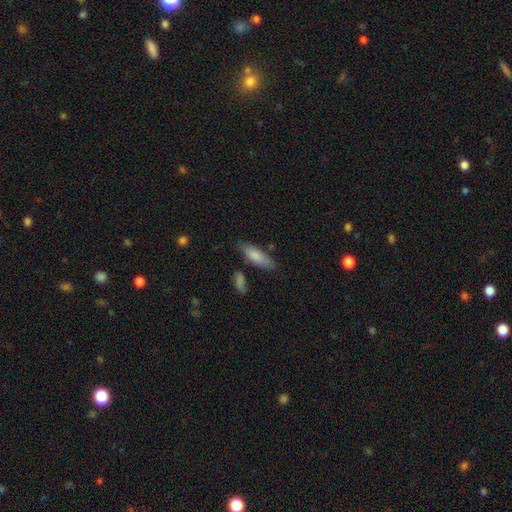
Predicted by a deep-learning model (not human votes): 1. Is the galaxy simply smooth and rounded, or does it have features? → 81% smooth, 13% featured or disk, 6% star or artifact.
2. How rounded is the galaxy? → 59% in between, 39% cigar-shaped, 2% round.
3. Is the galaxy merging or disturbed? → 72% none, 17% minor disturbance, 7% merger, 4% major disturbance.